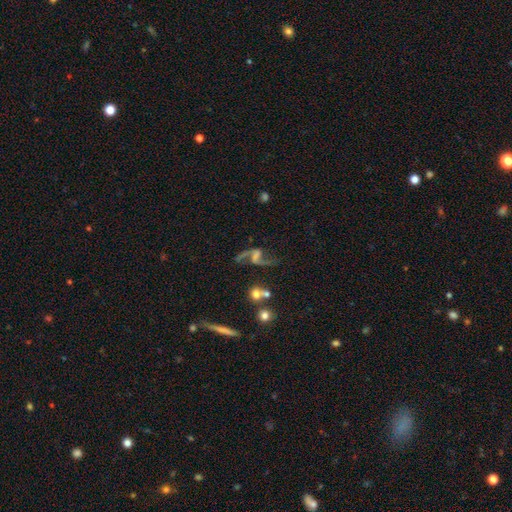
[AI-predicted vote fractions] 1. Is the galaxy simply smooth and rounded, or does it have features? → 82% featured or disk, 9% star or artifact, 9% smooth.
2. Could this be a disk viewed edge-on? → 96% no, 4% yes.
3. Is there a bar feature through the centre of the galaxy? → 42% weak, 33% no, 25% strong.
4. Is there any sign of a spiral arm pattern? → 92% yes, 8% no.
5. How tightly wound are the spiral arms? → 87% loose, 11% medium, 2% tight.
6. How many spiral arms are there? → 91% 2, 4% 1, 2% can't tell, 1% 3, 1% 4, 1% more than 4.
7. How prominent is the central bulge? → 56% none, 22% small, 15% moderate, 5% large, 2% dominant.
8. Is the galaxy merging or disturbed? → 58% none, 16% major disturbance, 16% minor disturbance, 9% merger.